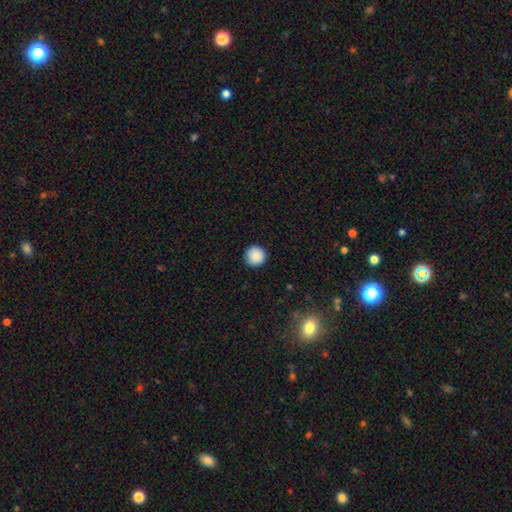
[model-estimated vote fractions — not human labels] smooth_or_featured: smooth (p=0.89) [alt: star or artifact p=0.08]
how_rounded: round (p=0.96) [alt: in between p=0.03]
merging: none (p=0.90) [alt: minor disturbance p=0.07]